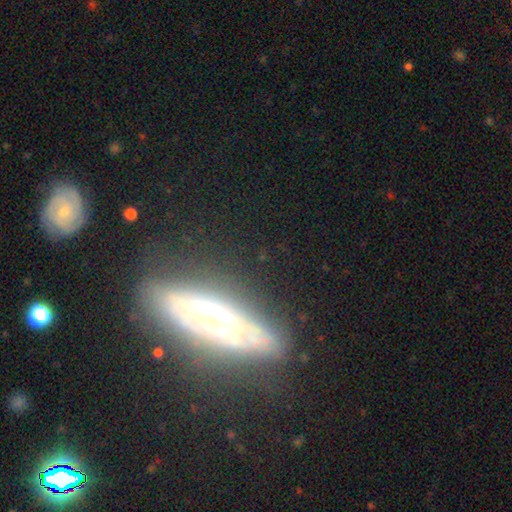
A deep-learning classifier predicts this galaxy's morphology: Q: Smooth or featured?
A: featured or disk (72%); runner-up: smooth (20%)
Q: Edge-on disk?
A: no (52%); runner-up: yes (48%)
Q: Merging?
A: none (75%); runner-up: minor disturbance (17%)